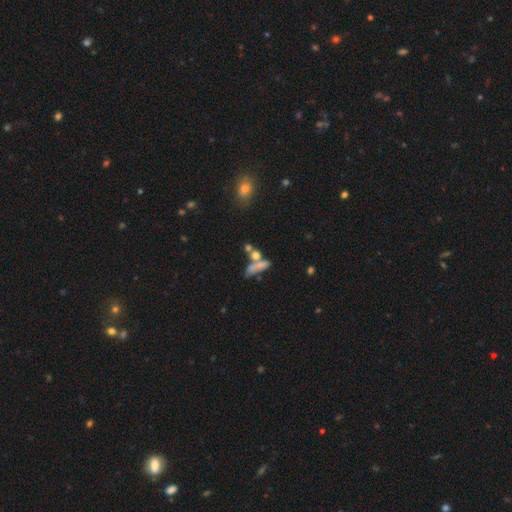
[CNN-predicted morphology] Overall: smooth (66%). How rounded: cigar-shaped (48%; in between 34%). Merging: none (42%; merger 35%).